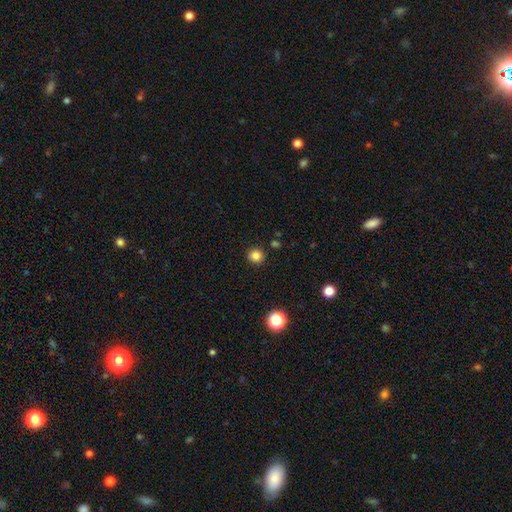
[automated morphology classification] Overall: smooth (83%). How rounded: round (91%). Merging: none (90%).